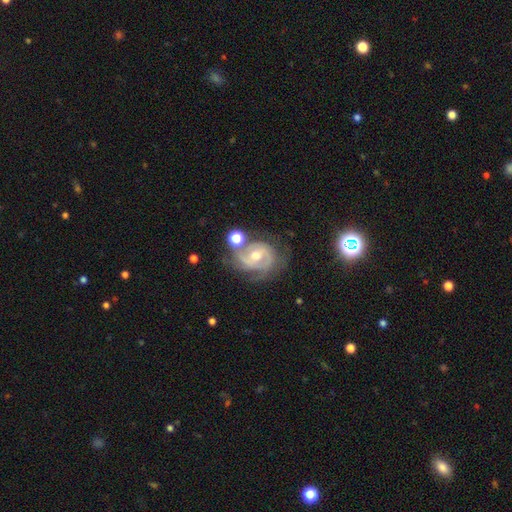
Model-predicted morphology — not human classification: Q: Smooth or featured?
A: featured or disk (82%); runner-up: smooth (11%)
Q: Edge-on disk?
A: no (97%); runner-up: yes (3%)
Q: Bar?
A: no (44%); runner-up: weak (43%)
Q: Spiral arms?
A: yes (92%); runner-up: no (8%)
Q: Spiral winding?
A: tight (50%); runner-up: medium (40%)
Q: Spiral arm count?
A: 2 (54%); runner-up: can't tell (20%)
Q: Bulge size?
A: moderate (64%); runner-up: small (29%)
Q: Merging?
A: none (53%); runner-up: minor disturbance (22%)